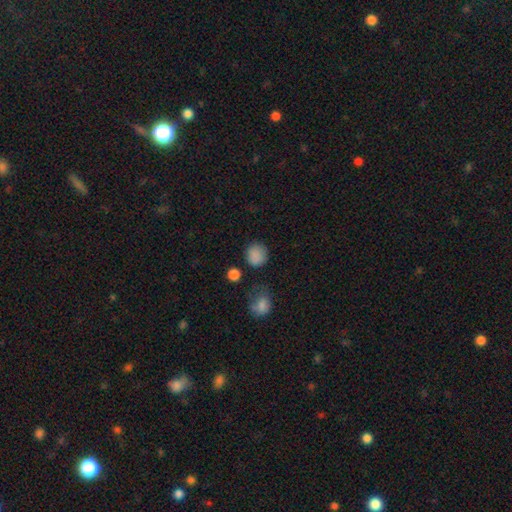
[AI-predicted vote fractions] Q: Smooth or featured?
A: smooth (85%); runner-up: star or artifact (11%)
Q: How rounded?
A: round (85%); runner-up: in between (14%)
Q: Merging?
A: none (78%); runner-up: minor disturbance (13%)